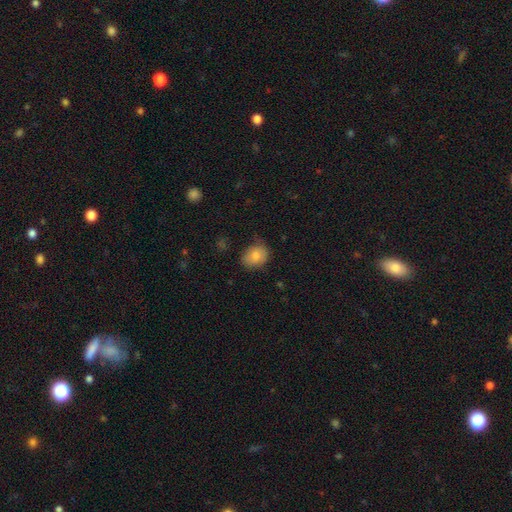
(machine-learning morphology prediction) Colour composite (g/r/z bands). It shows a smooth galaxy with no disk features (81%) that is in between round and cigar-shaped (51%). Merging: none (69%).